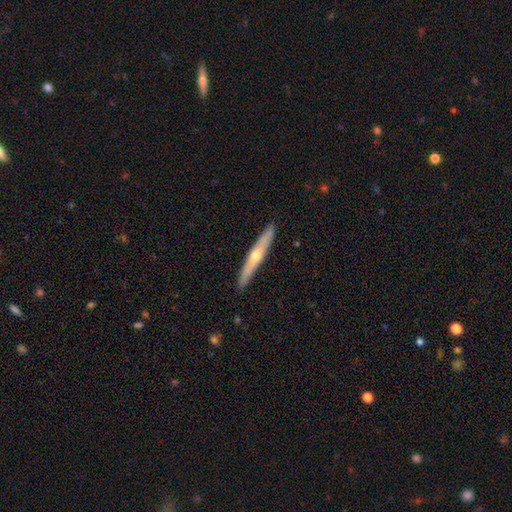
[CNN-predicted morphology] Smooth or featured? featured or disk (60%)
Edge-on disk? yes (94%)
Edge-on bulge? rounded (82%)
Merging? none (91%)